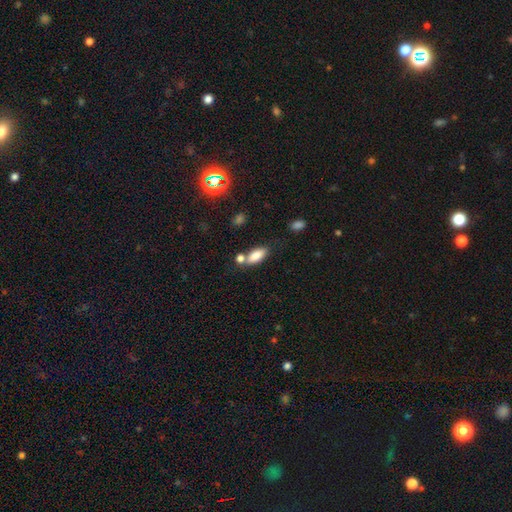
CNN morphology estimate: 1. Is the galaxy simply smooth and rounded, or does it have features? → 83% smooth, 8% star or artifact, 8% featured or disk.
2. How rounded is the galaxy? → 83% in between, 14% cigar-shaped, 3% round.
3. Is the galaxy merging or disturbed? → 53% none, 27% merger, 14% minor disturbance, 5% major disturbance.